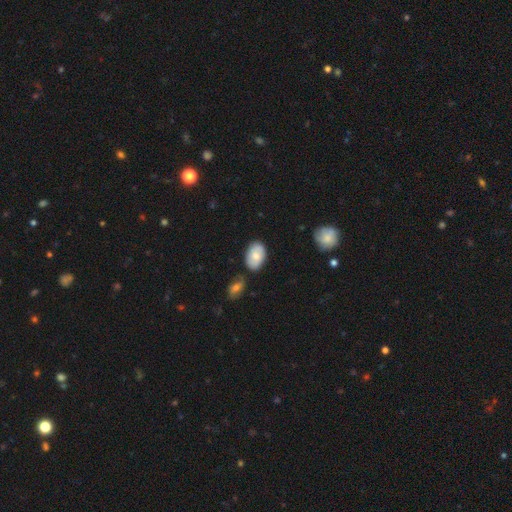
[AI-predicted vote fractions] A smooth galaxy with no disk features (73%) that is in between round and cigar-shaped (92%).

Vote fractions:
- Smooth or featured? smooth: 73% / featured or disk: 20% / star or artifact: 7%
- How rounded? in between: 92% / round: 7% / cigar-shaped: 1%
- Merging? none: 71% / minor disturbance: 16% / merger: 9% / major disturbance: 3%